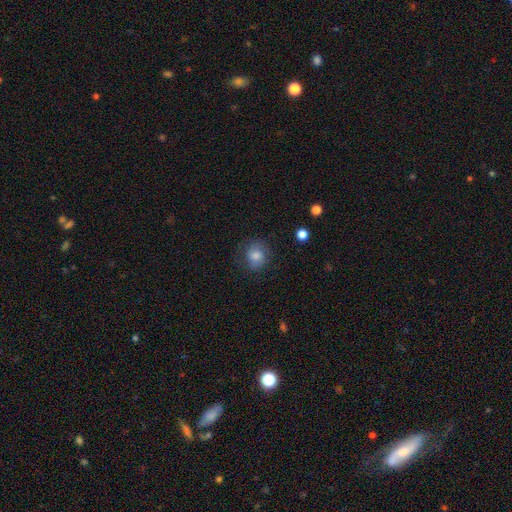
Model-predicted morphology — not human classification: smooth_or_featured: smooth (p=0.70) [alt: featured or disk p=0.20]
how_rounded: round (p=0.78) [alt: in between p=0.21]
merging: none (p=0.72) [alt: minor disturbance p=0.18]